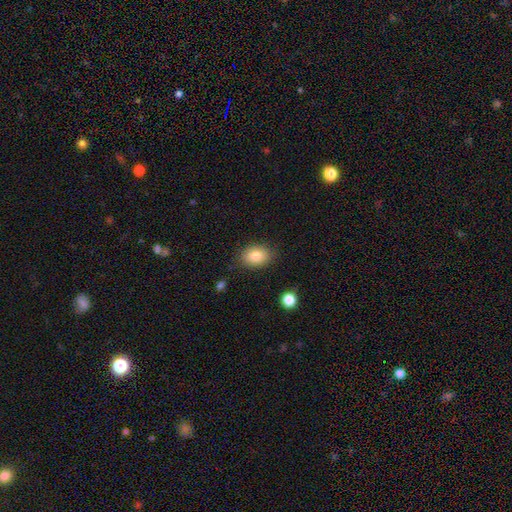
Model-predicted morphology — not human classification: Smooth or featured: smooth — 85% (star or artifact — 8%)
How rounded: in between — 80% (round — 18%)
Merging: none — 83% (minor disturbance — 12%)